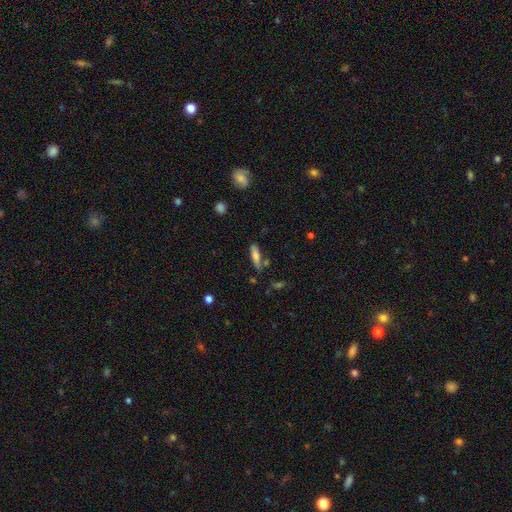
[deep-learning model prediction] A smooth galaxy with no disk features (70%) that is cigar-shaped (62%). Merging: none (73%).